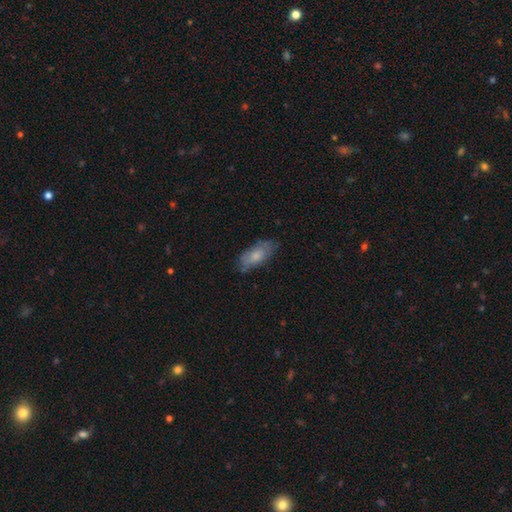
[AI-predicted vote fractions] Smooth or featured?
  - smooth: 69% *
  - featured or disk: 25%
  - star or artifact: 7%
How rounded?
  - in between: 87% *
  - cigar-shaped: 11%
  - round: 3%
Merging?
  - none: 68% *
  - minor disturbance: 24%
  - major disturbance: 6%
  - merger: 2%